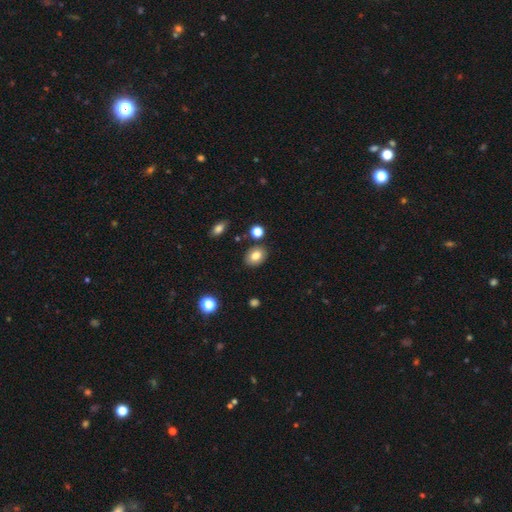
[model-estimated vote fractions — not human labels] Overall: smooth (81%). How rounded: in between (66%; round 33%). Merging: none (84%).